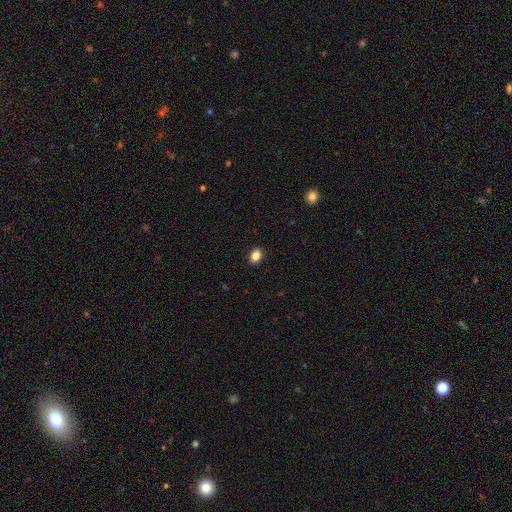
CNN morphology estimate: Q: Smooth or featured?
A: smooth (86%); runner-up: star or artifact (10%)
Q: How rounded?
A: in between (66%); runner-up: round (33%)
Q: Merging?
A: none (91%); runner-up: minor disturbance (6%)